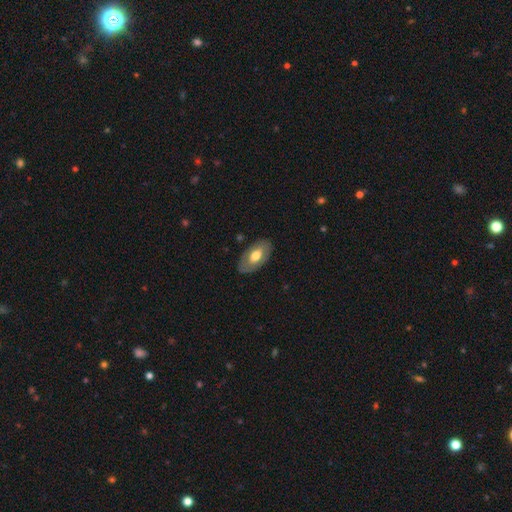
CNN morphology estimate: This appears to be a smooth galaxy with no disk features (53%) that is in between round and cigar-shaped (93%). Merging: none (83%).